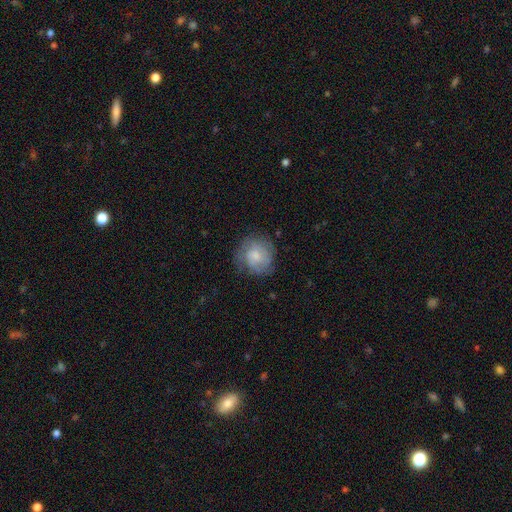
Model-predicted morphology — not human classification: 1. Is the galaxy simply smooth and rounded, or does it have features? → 52% smooth, 41% featured or disk, 8% star or artifact.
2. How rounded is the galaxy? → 86% round, 13% in between, 1% cigar-shaped.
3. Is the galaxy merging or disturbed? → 69% none, 21% minor disturbance, 9% major disturbance, 1% merger.